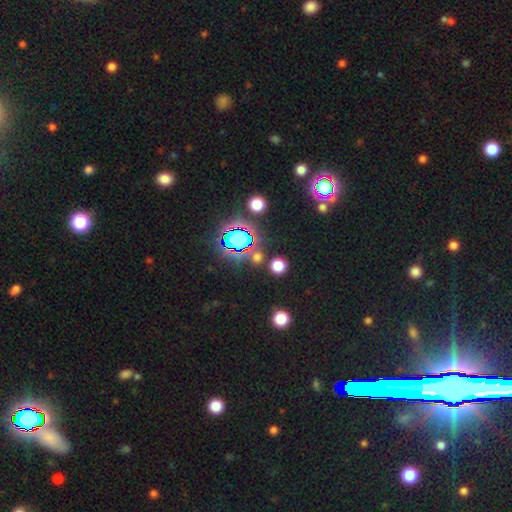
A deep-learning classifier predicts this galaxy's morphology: type=star or artifact (65%).